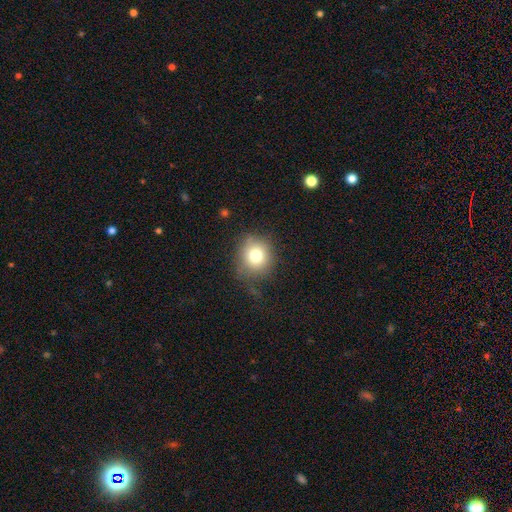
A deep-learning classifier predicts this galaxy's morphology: type=smooth (77%); roundness=round (84%); merging=none (72%).